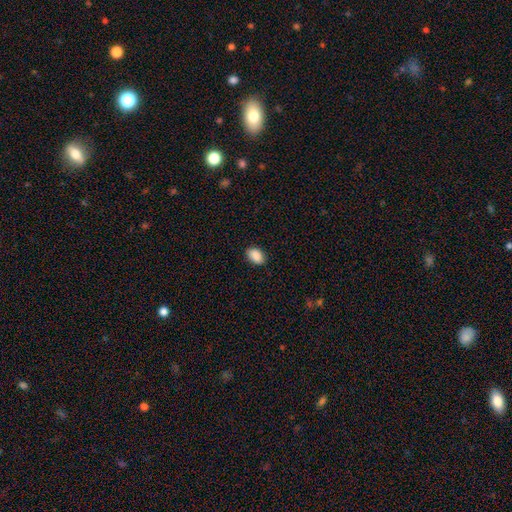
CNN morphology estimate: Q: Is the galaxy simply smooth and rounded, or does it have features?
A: smooth — 90%.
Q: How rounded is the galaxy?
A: in between — 89%.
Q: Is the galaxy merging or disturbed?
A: none — 86%.